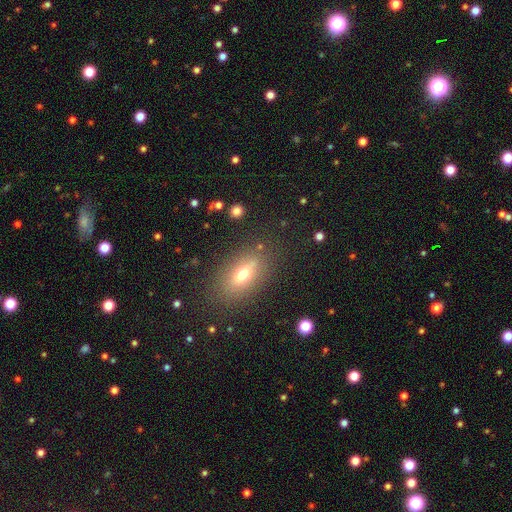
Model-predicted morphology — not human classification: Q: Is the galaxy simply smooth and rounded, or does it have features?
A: smooth — 61%.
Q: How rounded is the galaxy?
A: in between — 78%.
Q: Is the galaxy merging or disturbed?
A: none — 85%.